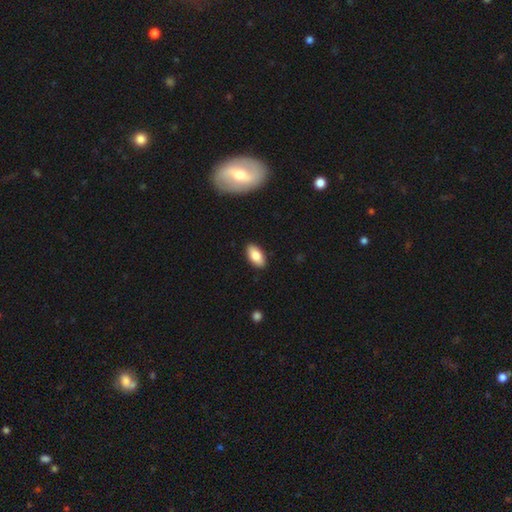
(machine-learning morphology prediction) type=smooth (83%); roundness=in between (92%); merging=none (89%).